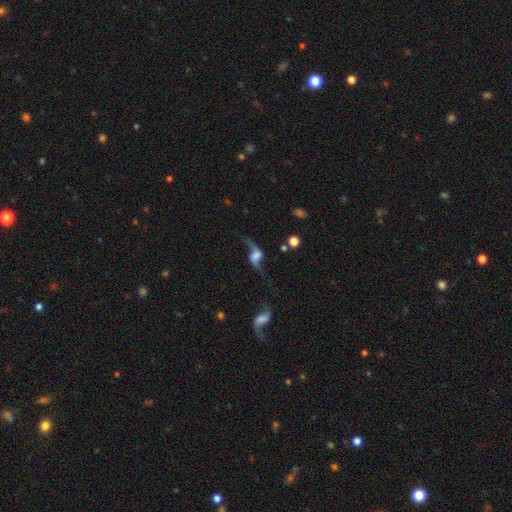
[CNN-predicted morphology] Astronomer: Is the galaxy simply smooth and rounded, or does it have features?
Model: featured or disk — 81%.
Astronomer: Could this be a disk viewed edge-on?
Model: no — 90%.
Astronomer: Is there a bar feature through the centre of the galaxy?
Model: no — 45% (runner-up: weak, 38%).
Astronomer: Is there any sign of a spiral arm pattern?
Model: yes — 94%.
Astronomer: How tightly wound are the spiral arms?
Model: loose — 91%.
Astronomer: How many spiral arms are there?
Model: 2 — 92%.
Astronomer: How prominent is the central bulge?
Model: large — 25%, tied with none at 25%.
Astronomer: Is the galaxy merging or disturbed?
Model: none — 62%.